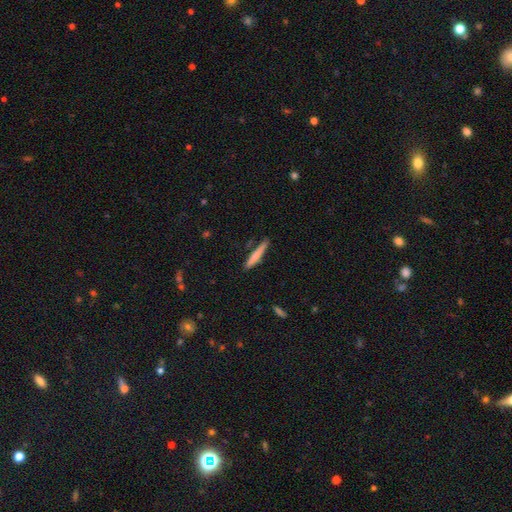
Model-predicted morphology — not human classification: This is likely a smooth galaxy (62%). How rounded: clearly cigar-shaped (94%). Merging: clearly none (84%).